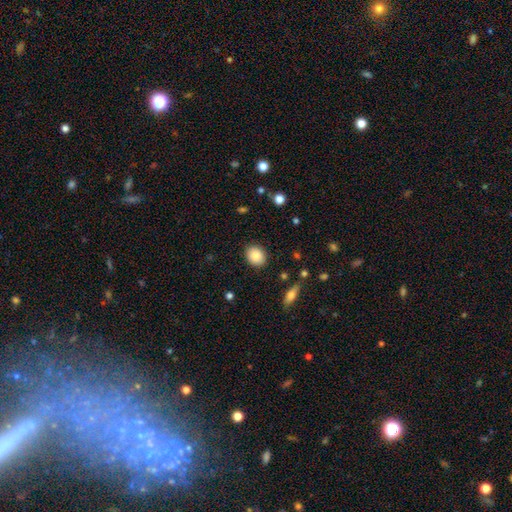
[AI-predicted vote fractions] smooth_or_featured: smooth (p=0.87) [alt: star or artifact p=0.08]
how_rounded: in between (p=0.51) [alt: round p=0.48]
merging: none (p=0.89) [alt: minor disturbance p=0.08]